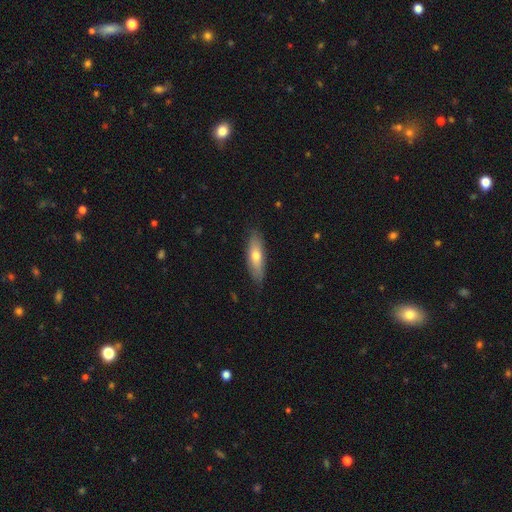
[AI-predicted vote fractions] Overall: smooth (63%; featured or disk 31%). How rounded: in between (49%; cigar-shaped 48%). Merging: none (81%).